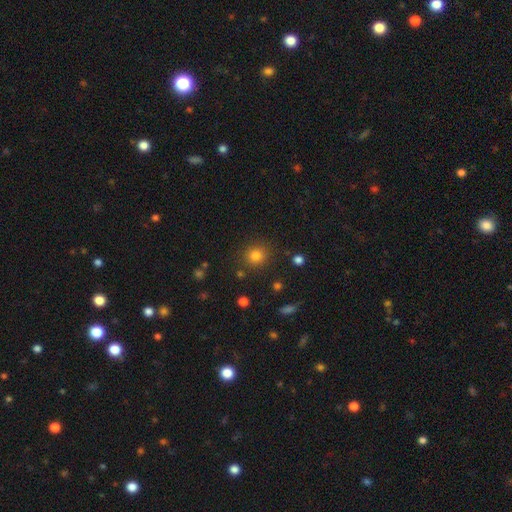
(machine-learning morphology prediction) Smooth or featured: smooth — 80% (star or artifact — 14%)
How rounded: round — 86% (in between — 13%)
Merging: none — 85% (minor disturbance — 8%)